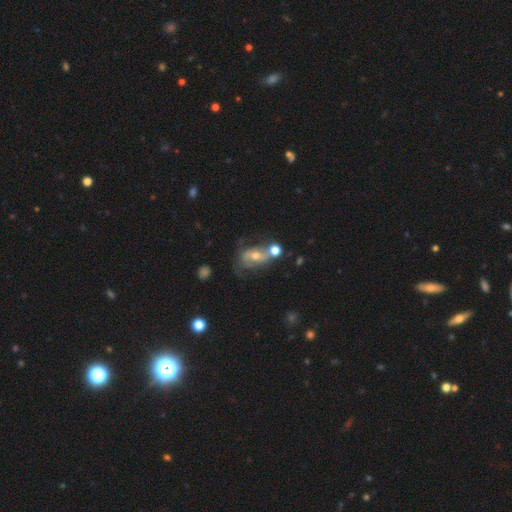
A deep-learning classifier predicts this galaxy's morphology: This appears to be a featured or disk galaxy (58%) with no bar (47%), spiral arms (69%) and a moderate central bulge (65%). Merging: none (34%).